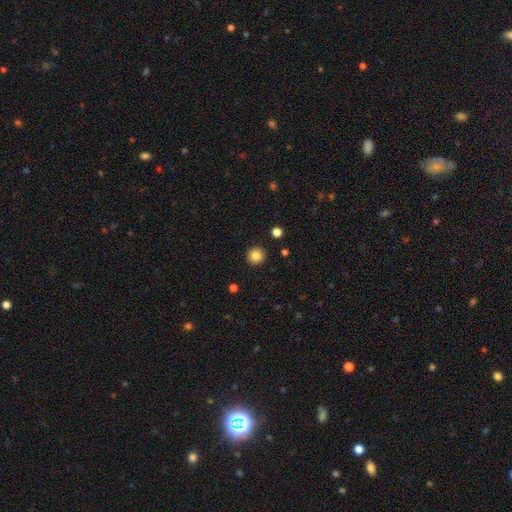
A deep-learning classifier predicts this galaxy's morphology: Overall: smooth (84%). How rounded: round (95%). Merging: none (93%).